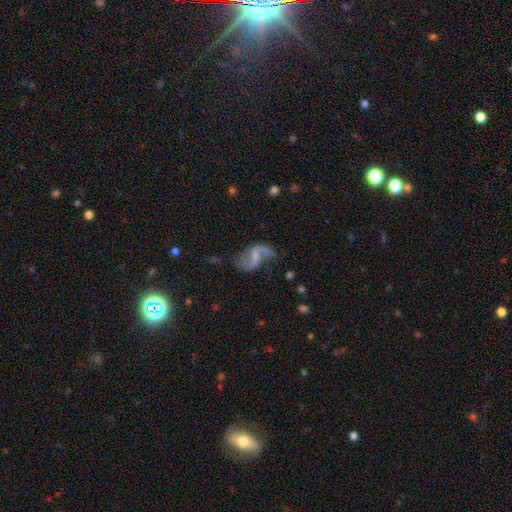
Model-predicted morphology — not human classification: type=featured or disk (85%); edge-on=no (98%); bar=weak (52%); spiral arms=yes (93%); winding=loose (81%); arm count=2 (88%); bulge=small (43%); merging=none (59%).